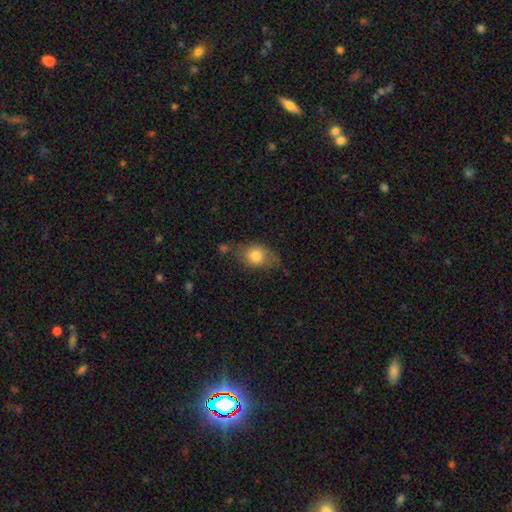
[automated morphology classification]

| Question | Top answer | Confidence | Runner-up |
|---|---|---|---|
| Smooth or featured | smooth | 75% | featured or disk (17%) |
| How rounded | in between | 68% | round (29%) |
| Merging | none | 54% | minor disturbance (29%) |